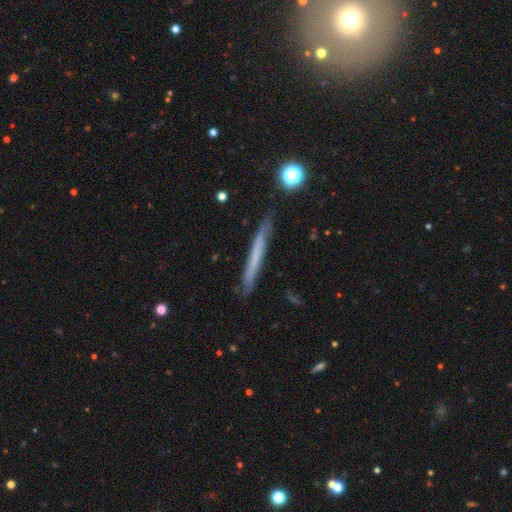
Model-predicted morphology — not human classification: Smooth or featured?
  - smooth: 50% *
  - featured or disk: 42%
  - star or artifact: 8%
Merging?
  - none: 83% *
  - minor disturbance: 13%
  - major disturbance: 2%
  - merger: 2%